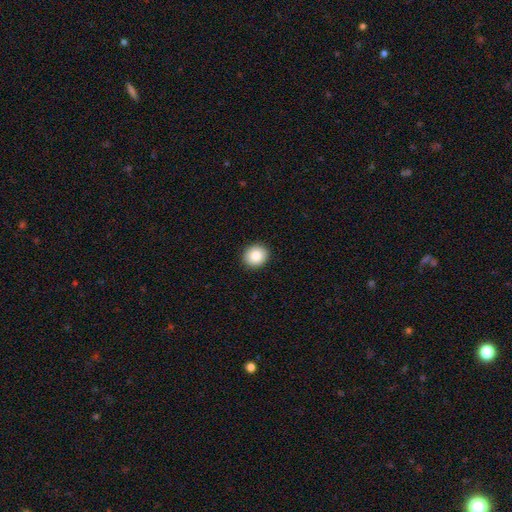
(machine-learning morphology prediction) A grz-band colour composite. It shows a smooth galaxy with no disk features (85%) that is round (85%). Merging: none (93%).